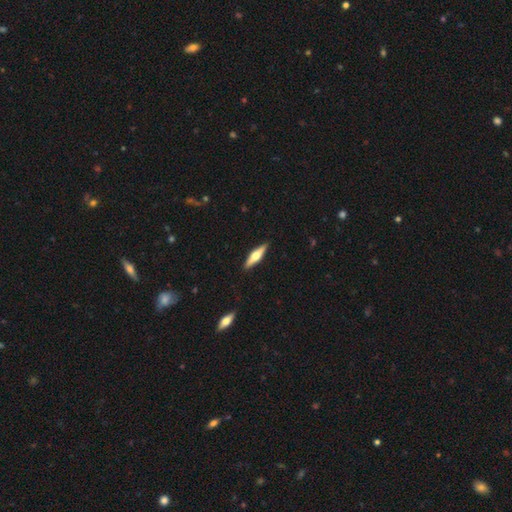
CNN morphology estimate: Q: Smooth or featured?
A: featured or disk (57%); runner-up: smooth (38%)
Q: Edge-on disk?
A: yes (95%); runner-up: no (5%)
Q: Edge-on bulge?
A: rounded (94%); runner-up: boxy (4%)
Q: Merging?
A: none (91%); runner-up: minor disturbance (7%)